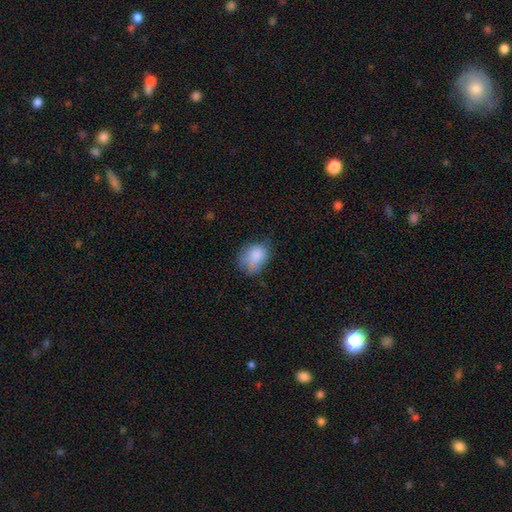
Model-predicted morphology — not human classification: This appears to be a smooth galaxy with no disk features (83%) that is in between round and cigar-shaped (67%). Merging: none (48%).